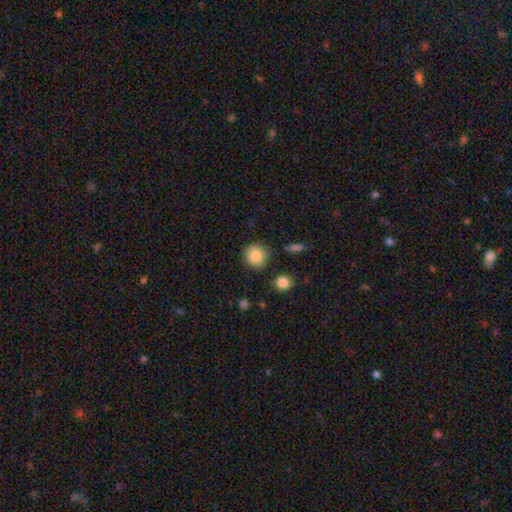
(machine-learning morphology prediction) smooth 86%, star or artifact 8%, featured or disk 6%. Down the decision tree: how rounded — round (92%); merging — none (85%).